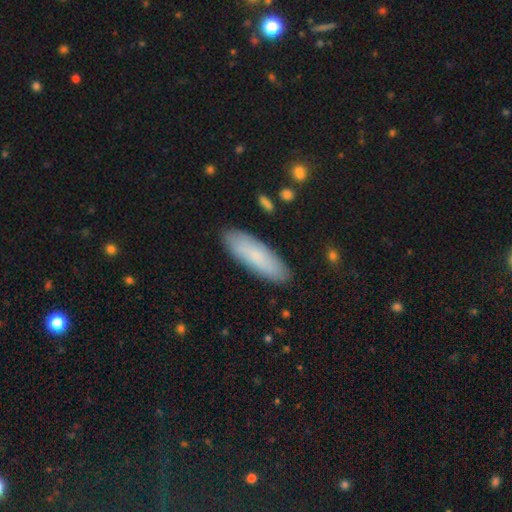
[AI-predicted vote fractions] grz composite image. It shows a smooth galaxy with no disk features (78%) that is cigar-shaped (50%). Merging: none (88%).